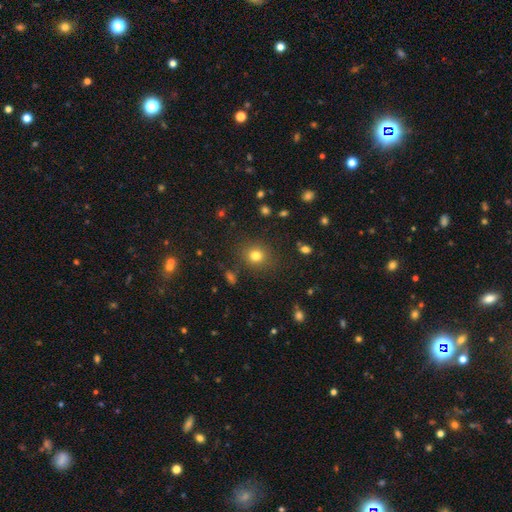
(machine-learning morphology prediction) type=smooth (78%); roundness=round (83%); merging=none (86%).